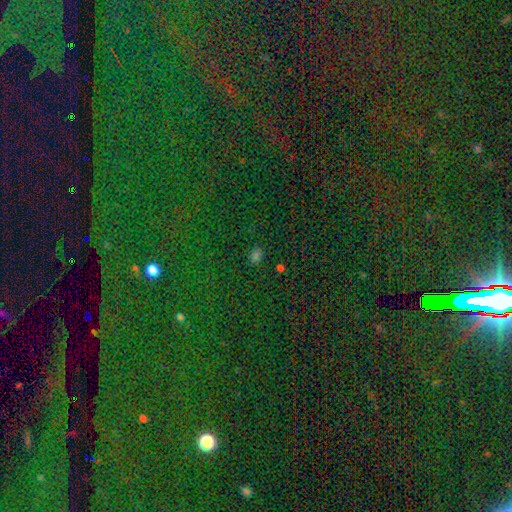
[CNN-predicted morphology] Overall: smooth (59%; star or artifact 35%). How rounded: in between (80%). Merging: none (77%).